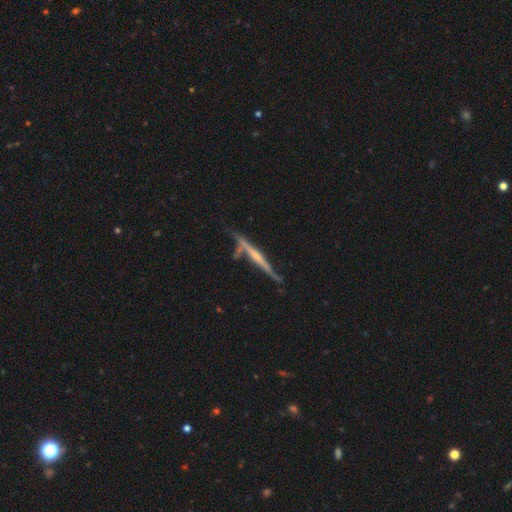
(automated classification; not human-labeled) A featured or disk galaxy (74%) viewed edge-on (95%) with a rounded central bulge (46%).

Vote fractions:
- Smooth or featured? featured or disk: 74% / smooth: 20% / star or artifact: 6%
- Edge-on disk? yes: 95% / no: 5%
- Edge-on bulge? rounded: 46% / none: 43% / boxy: 12%
- Merging? none: 62% / minor disturbance: 21% / merger: 10% / major disturbance: 7%